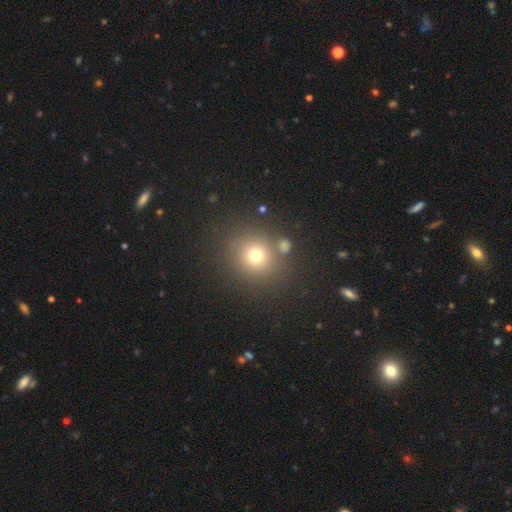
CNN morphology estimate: Smooth or featured? Predicted: smooth (p=0.72). How rounded? Predicted: round (p=0.85). Merging? Predicted: none (p=0.79).